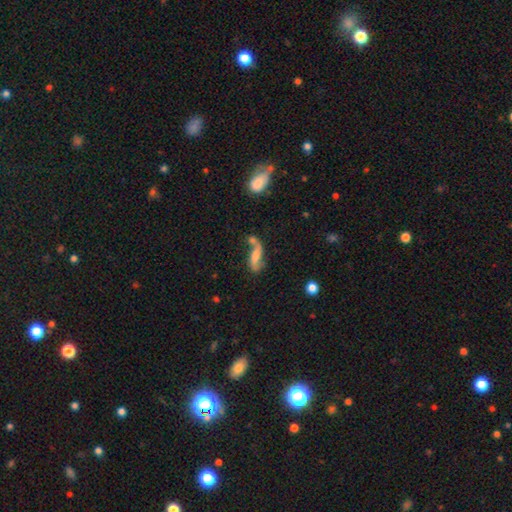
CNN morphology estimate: featured or disk 59%, smooth 31%, star or artifact 10%. Down the decision tree: edge-on disk — no (85%); merging — none (38%).